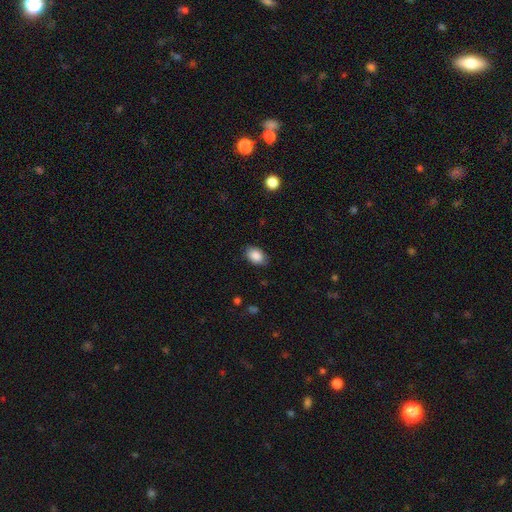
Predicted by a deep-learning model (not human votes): This appears to be a smooth galaxy with no disk features (88%) that is in between round and cigar-shaped (84%). Merging: none (84%).